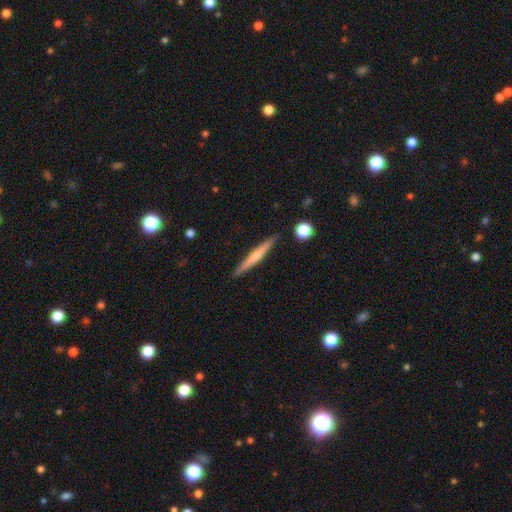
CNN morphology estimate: A featured or disk galaxy (52%) viewed edge-on (97%) with a rounded central bulge (62%).

Vote fractions:
- Smooth or featured? featured or disk: 52% / smooth: 42% / star or artifact: 6%
- Edge-on disk? yes: 97% / no: 3%
- Edge-on bulge? rounded: 62% / none: 32% / boxy: 6%
- Merging? none: 90% / minor disturbance: 7% / merger: 2% / major disturbance: 1%